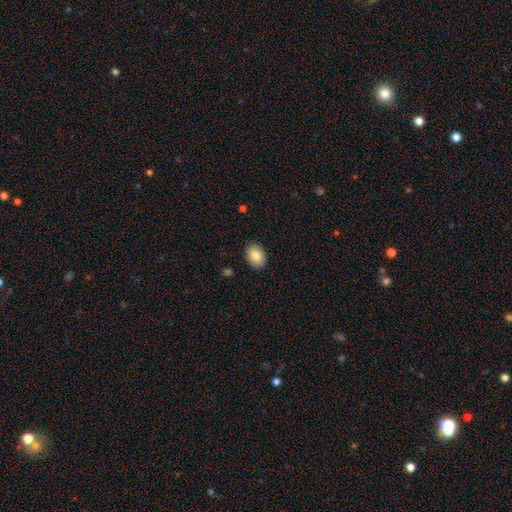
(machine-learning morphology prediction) smooth-or-featured: smooth: 84% | featured or disk: 9% | star or artifact: 7%
  how-rounded: in between: 80% | round: 19% | cigar-shaped: 1%
  merging: none: 89% | minor disturbance: 8% | major disturbance: 2% | merger: 1%